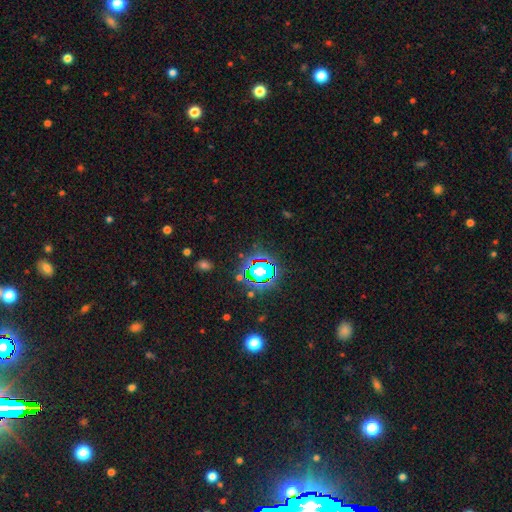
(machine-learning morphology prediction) Overall: star or artifact (81%).